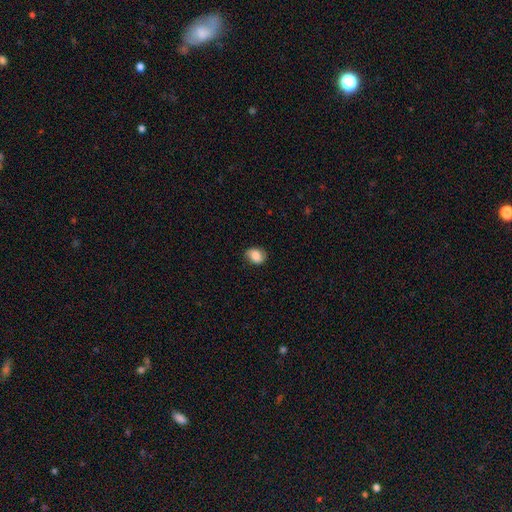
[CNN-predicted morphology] Smooth or featured? smooth (70%)
How rounded? in between (60%)
Merging? none (74%)